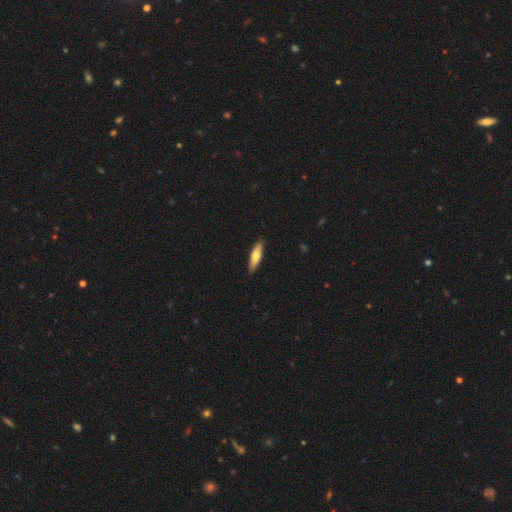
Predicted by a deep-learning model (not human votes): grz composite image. It shows a smooth galaxy with no disk features (65%) that is cigar-shaped (70%). Merging: none (90%).